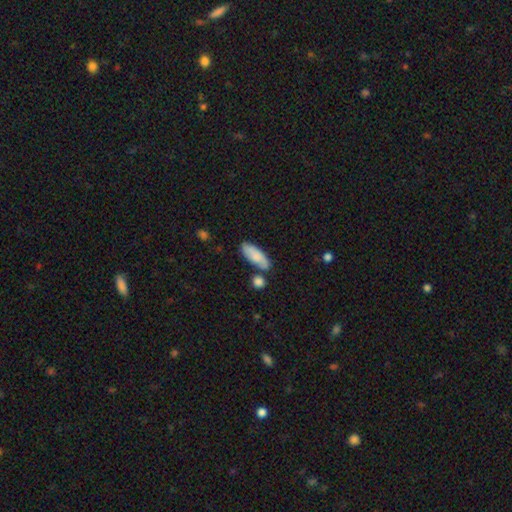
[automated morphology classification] A smooth galaxy with no disk features (76%) that is in between round and cigar-shaped (73%). Merging: none (61%).